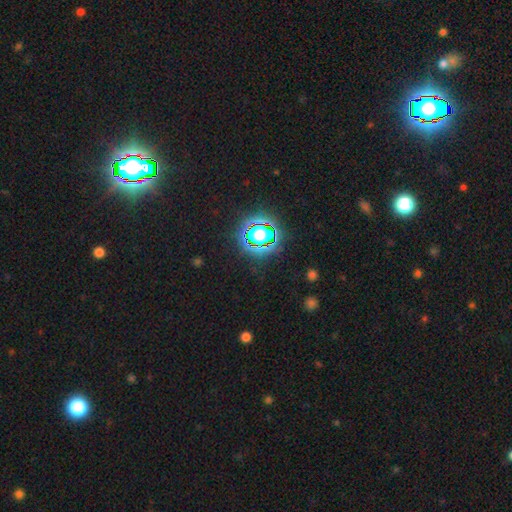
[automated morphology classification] type=star or artifact (82%).